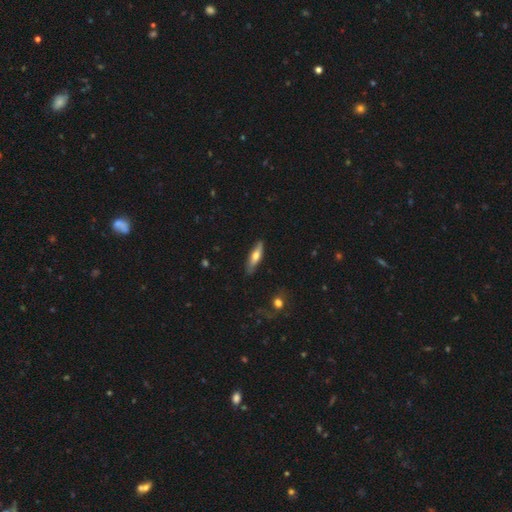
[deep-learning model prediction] A smooth galaxy with no disk features (57%) that is cigar-shaped (69%). Merging: none (83%).